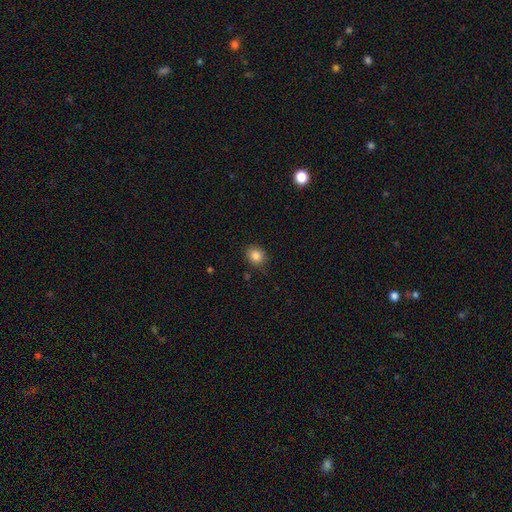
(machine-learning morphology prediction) smooth 85%, star or artifact 10%, featured or disk 5%. Down the decision tree: how rounded — round (73%); merging — none (80%).